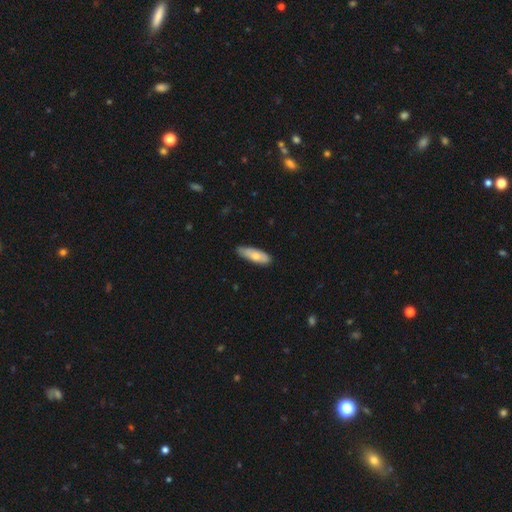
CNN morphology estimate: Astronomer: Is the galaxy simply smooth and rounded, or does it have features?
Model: smooth — 69%.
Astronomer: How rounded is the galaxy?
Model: in between — 55% (runner-up: cigar-shaped, 43%).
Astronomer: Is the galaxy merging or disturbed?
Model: none — 76%.